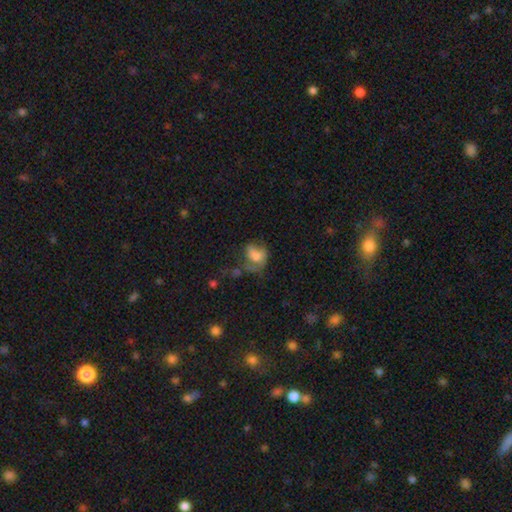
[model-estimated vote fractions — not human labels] Smooth or featured?
  - smooth: 62% *
  - featured or disk: 27%
  - star or artifact: 11%
How rounded?
  - in between: 62% *
  - round: 36%
  - cigar-shaped: 2%
Merging?
  - major disturbance: 36% *
  - none: 29%
  - minor disturbance: 26%
  - merger: 9%